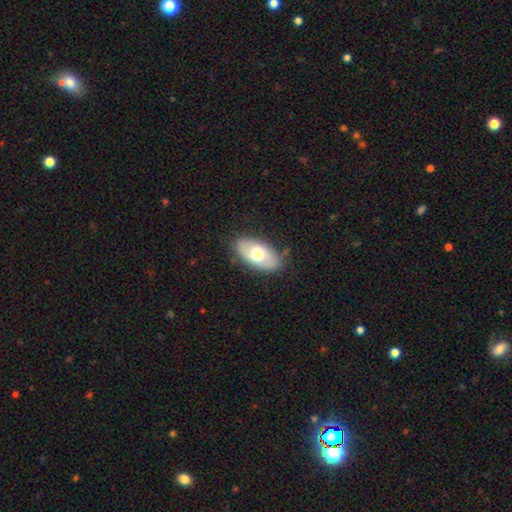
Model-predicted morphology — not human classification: smooth_or_featured: smooth (p=0.57) [alt: featured or disk p=0.34]
how_rounded: in between (p=0.91) [alt: round p=0.05]
merging: none (p=0.84) [alt: minor disturbance p=0.12]